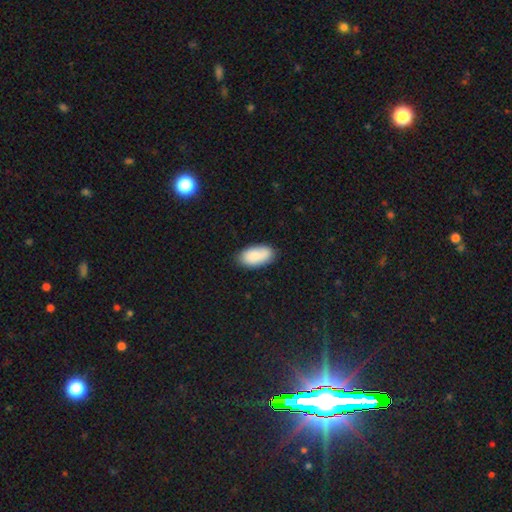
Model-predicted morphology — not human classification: Overall: smooth (84%). How rounded: in between (94%). Merging: none (82%).